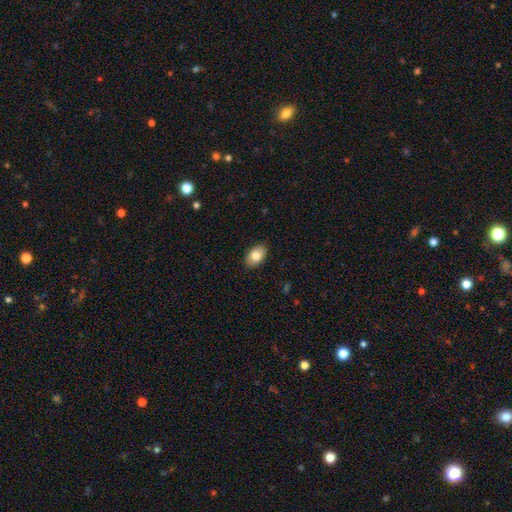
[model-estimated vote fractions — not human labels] A smooth galaxy with no disk features (81%) that is in between round and cigar-shaped (90%). Merging: none (87%).